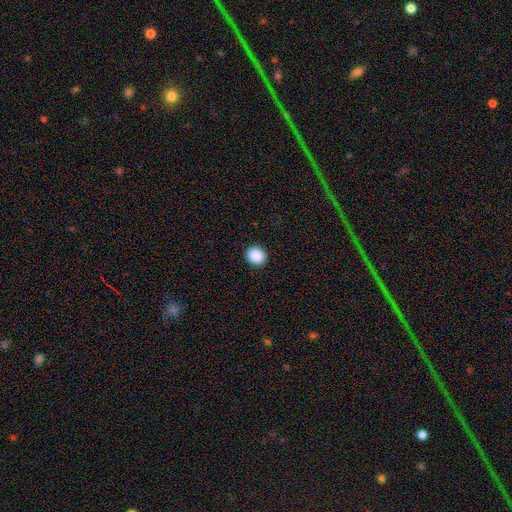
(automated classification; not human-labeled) Morphology: type=smooth (90%); roundness=round (76%); merging=none (92%).